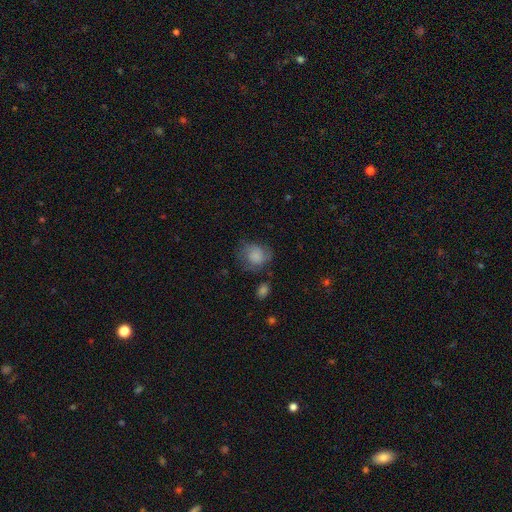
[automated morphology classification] Smooth or featured?
  - smooth: 74% *
  - featured or disk: 17%
  - star or artifact: 8%
How rounded?
  - round: 70% *
  - in between: 29%
  - cigar-shaped: 1%
Merging?
  - none: 57% *
  - minor disturbance: 26%
  - major disturbance: 14%
  - merger: 3%